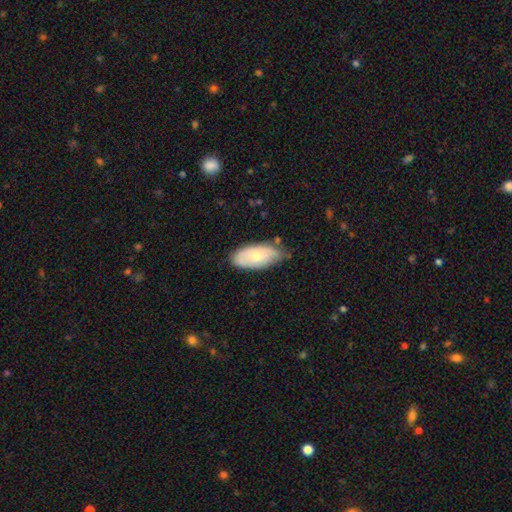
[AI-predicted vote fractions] Morphology: type=smooth (65%); roundness=in between (92%); merging=none (65%).